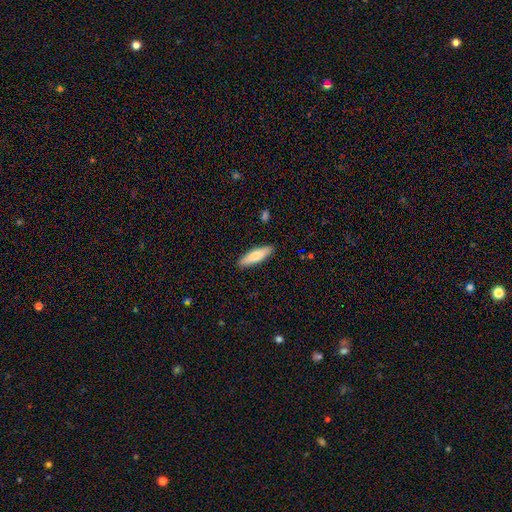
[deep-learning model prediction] A smooth galaxy with no disk features (74%) that is cigar-shaped (64%).

Vote fractions:
- Smooth or featured? smooth: 74% / featured or disk: 21% / star or artifact: 6%
- How rounded? cigar-shaped: 64% / in between: 34% / round: 2%
- Merging? none: 90% / minor disturbance: 8% / major disturbance: 2% / merger: 1%